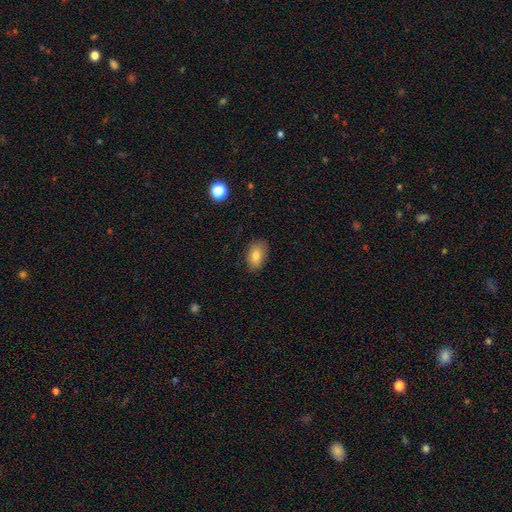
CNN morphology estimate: Overall: smooth (81%). How rounded: in between (88%). Merging: none (81%).